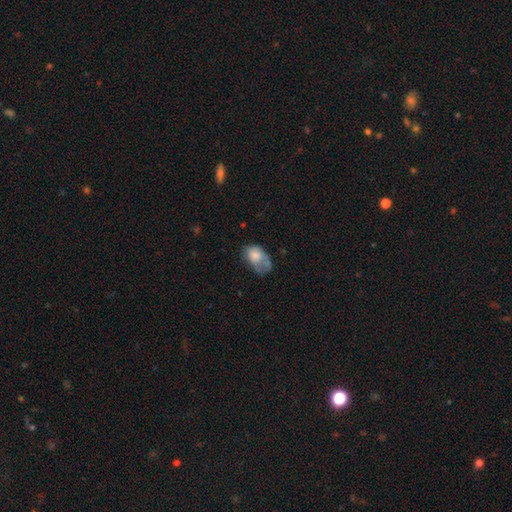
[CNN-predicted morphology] type=smooth (67%); roundness=in between (84%); merging=major disturbance (37%).